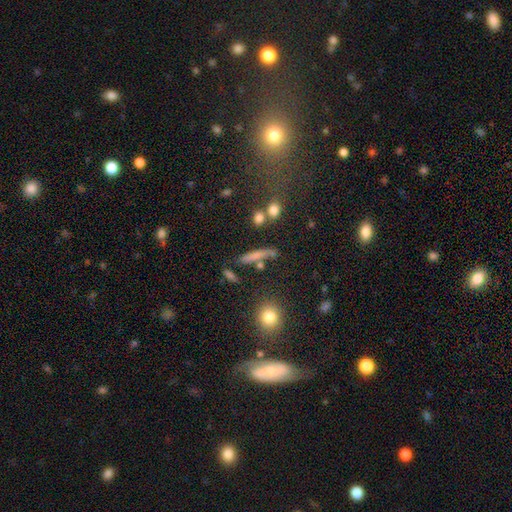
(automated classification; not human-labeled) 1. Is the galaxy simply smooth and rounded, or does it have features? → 64% smooth, 24% featured or disk, 12% star or artifact.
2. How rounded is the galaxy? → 80% cigar-shaped, 13% in between, 7% round.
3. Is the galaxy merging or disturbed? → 64% none, 15% minor disturbance, 14% merger, 7% major disturbance.